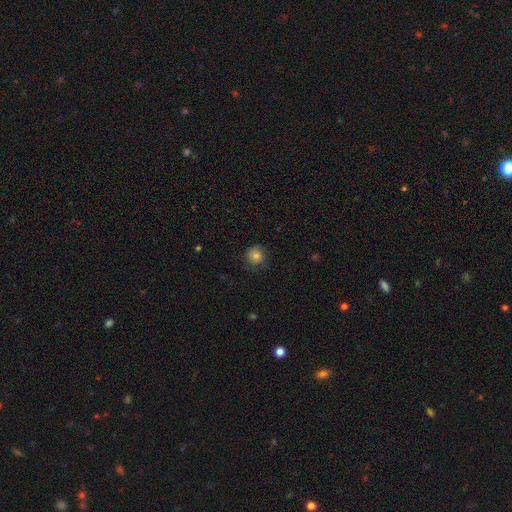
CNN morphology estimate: smooth_or_featured: smooth (p=0.79) [alt: star or artifact p=0.12]
how_rounded: round (p=0.91) [alt: in between p=0.08]
merging: none (p=0.81) [alt: minor disturbance p=0.14]